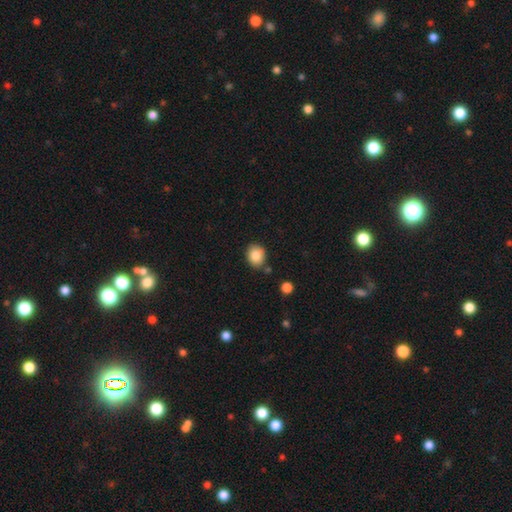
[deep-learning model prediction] This appears to be a smooth galaxy with no disk features (84%) that is round (64%). Merging: none (79%).